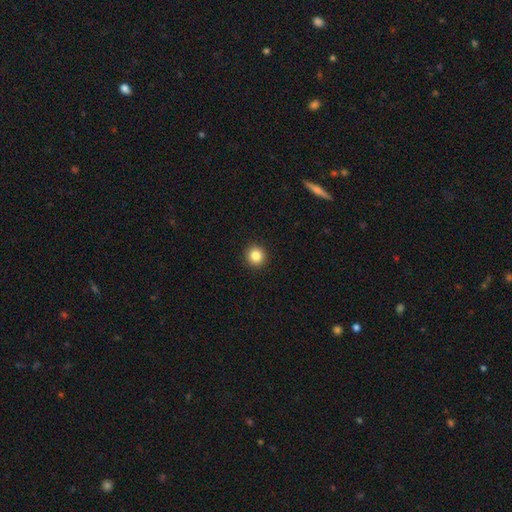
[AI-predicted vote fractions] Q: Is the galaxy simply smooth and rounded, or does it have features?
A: smooth — 85%.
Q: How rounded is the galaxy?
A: round — 93%.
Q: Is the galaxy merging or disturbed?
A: none — 93%.